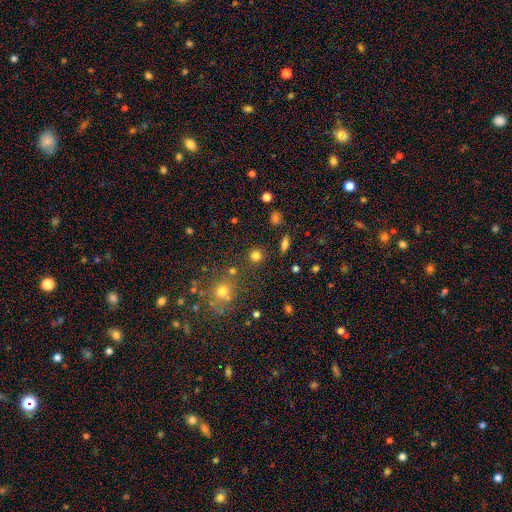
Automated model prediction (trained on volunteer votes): Smooth or featured?
  - smooth: 76% *
  - star or artifact: 17%
  - featured or disk: 6%
How rounded?
  - round: 89% *
  - in between: 10%
  - cigar-shaped: 1%
Merging?
  - none: 83% *
  - minor disturbance: 8%
  - merger: 6%
  - major disturbance: 3%